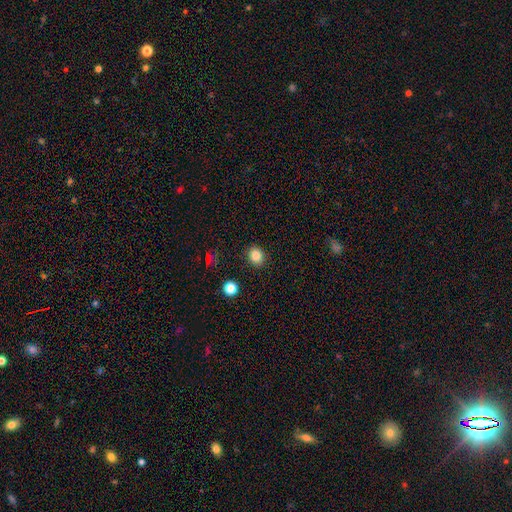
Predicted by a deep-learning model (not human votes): Q: Smooth or featured?
A: smooth (85%); runner-up: star or artifact (11%)
Q: How rounded?
A: round (67%); runner-up: in between (33%)
Q: Merging?
A: none (87%); runner-up: minor disturbance (8%)